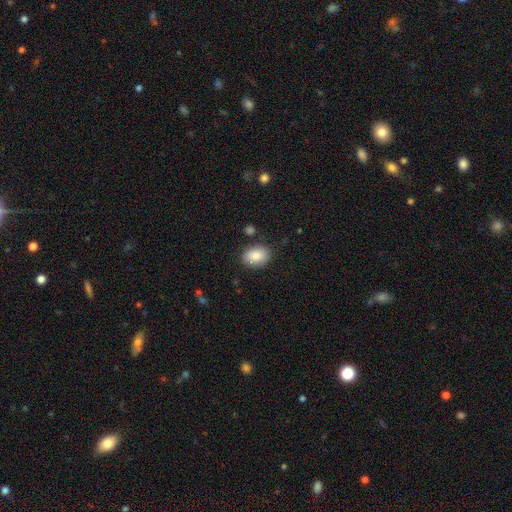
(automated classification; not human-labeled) This is clearly a smooth galaxy (84%). How rounded: likely in between (76%). Merging: clearly none (82%).